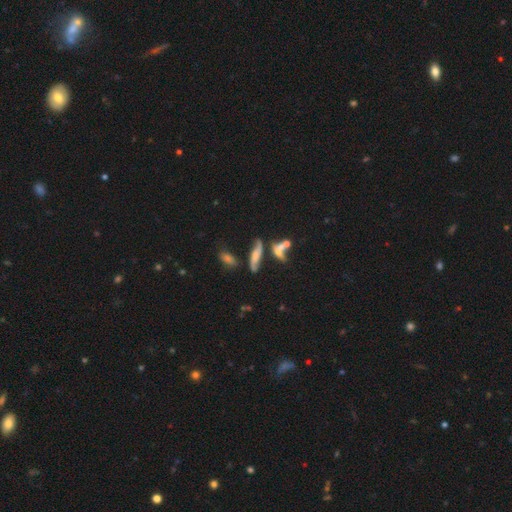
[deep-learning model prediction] This appears to be a featured or disk galaxy (50%). Merging: none (45%).